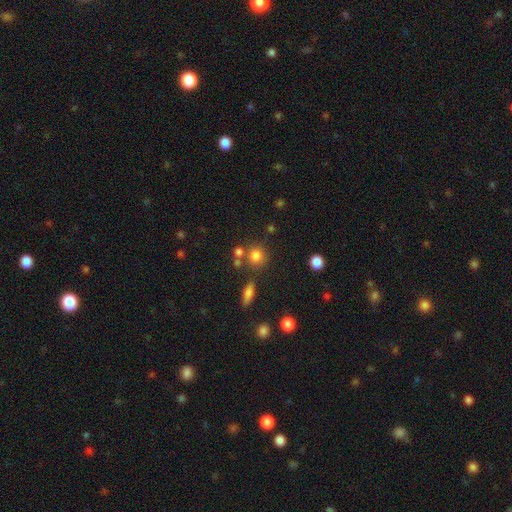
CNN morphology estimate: A smooth galaxy with no disk features (79%) that is round (86%).

Vote fractions:
- Smooth or featured? smooth: 79% / star or artifact: 13% / featured or disk: 8%
- How rounded? round: 86% / in between: 12% / cigar-shaped: 2%
- Merging? none: 70% / merger: 15% / minor disturbance: 11% / major disturbance: 4%